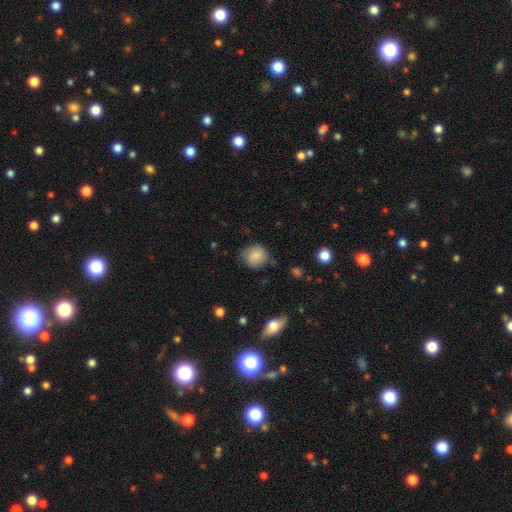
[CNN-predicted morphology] type=smooth (81%); roundness=round (80%); merging=none (67%).